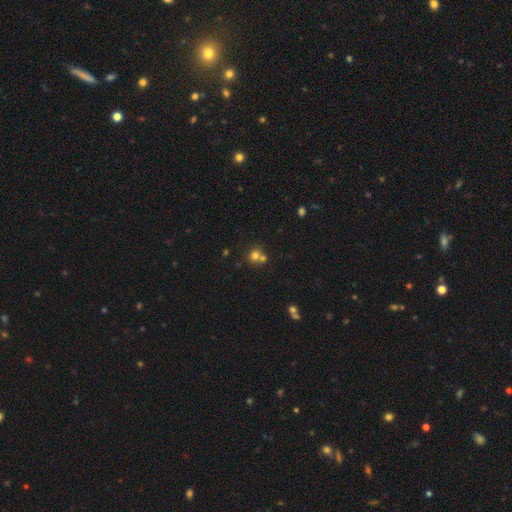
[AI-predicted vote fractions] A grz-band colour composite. It shows a smooth galaxy with no disk features (71%) that is round (85%). Merging: none (49%).